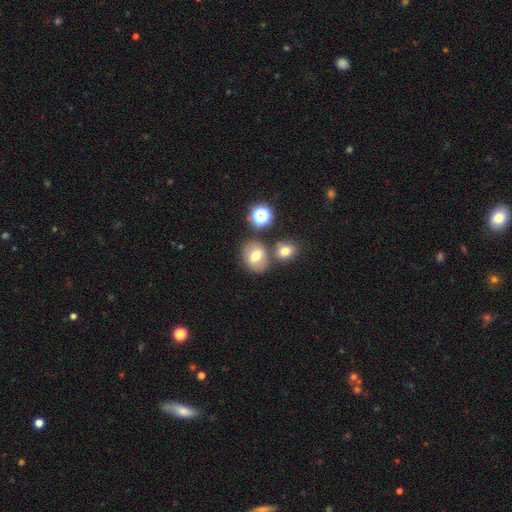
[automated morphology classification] This appears to be a smooth galaxy with no disk features (65%) that is round (56%). Merging: none (66%).